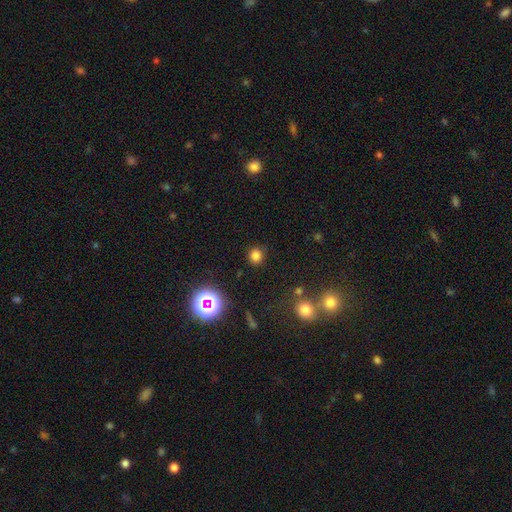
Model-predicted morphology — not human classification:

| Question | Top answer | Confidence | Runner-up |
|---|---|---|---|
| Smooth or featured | smooth | 75% | star or artifact (20%) |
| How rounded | round | 87% | in between (12%) |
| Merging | none | 87% | minor disturbance (8%) |